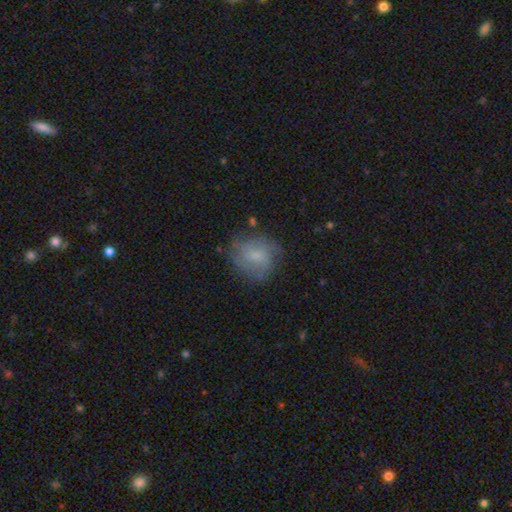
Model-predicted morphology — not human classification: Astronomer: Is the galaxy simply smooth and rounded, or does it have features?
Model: smooth — 47% (runner-up: featured or disk, 45%).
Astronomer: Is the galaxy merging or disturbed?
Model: none — 65%.